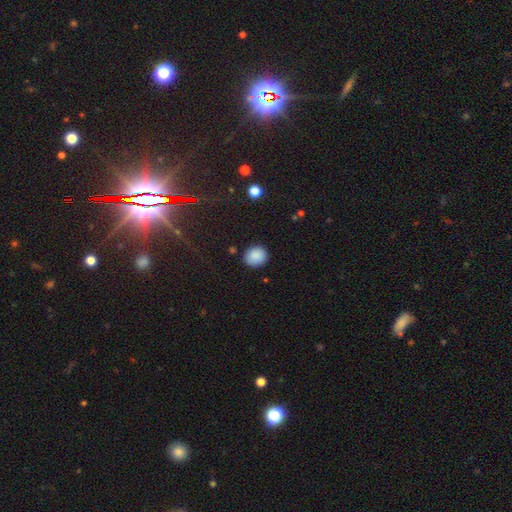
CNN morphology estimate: smooth 88%, star or artifact 8%, featured or disk 4%. Down the decision tree: how rounded — round (73%); merging — none (87%).